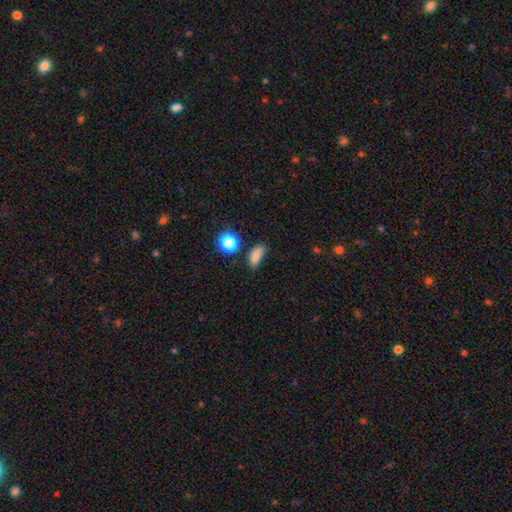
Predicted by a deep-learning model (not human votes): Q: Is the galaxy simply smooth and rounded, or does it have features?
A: smooth — 78%.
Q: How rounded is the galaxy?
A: in between — 71%.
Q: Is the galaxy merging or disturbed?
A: none — 59%.